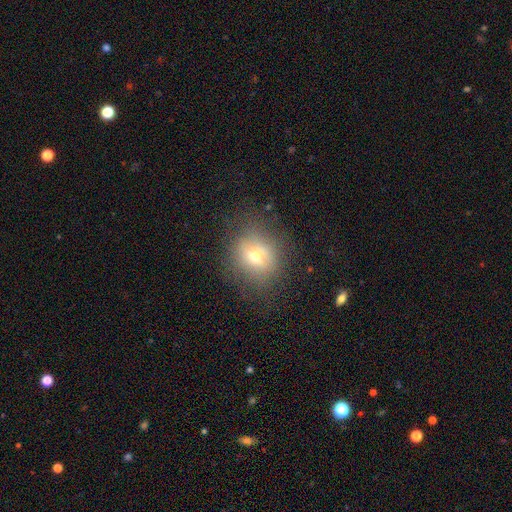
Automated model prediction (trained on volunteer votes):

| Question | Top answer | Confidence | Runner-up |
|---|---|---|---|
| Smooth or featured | smooth | 61% | featured or disk (24%) |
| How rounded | round | 78% | in between (20%) |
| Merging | none | 76% | minor disturbance (15%) |